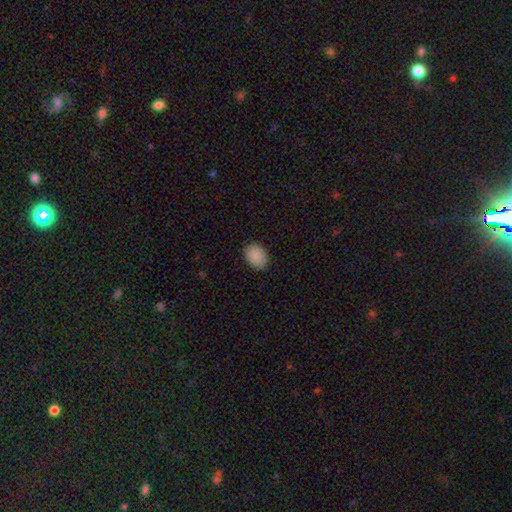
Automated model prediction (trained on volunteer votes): smooth-or-featured: smooth: 89% | star or artifact: 7% | featured or disk: 3%
  how-rounded: in between: 65% | round: 34% | cigar-shaped: 1%
  merging: none: 87% | minor disturbance: 10% | major disturbance: 2% | merger: 1%